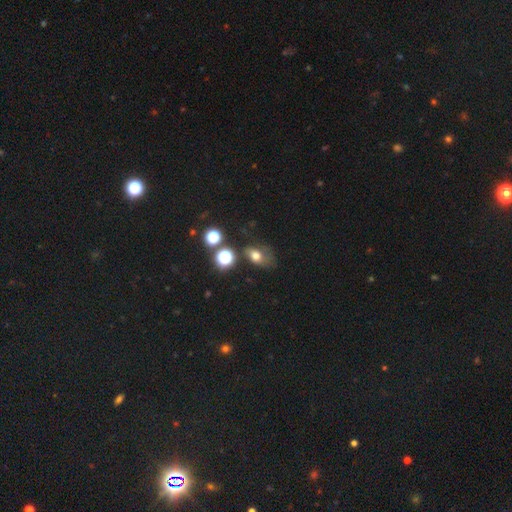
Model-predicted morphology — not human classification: smooth-or-featured: smooth: 65% | star or artifact: 18% | featured or disk: 17%
  how-rounded: in between: 73% | round: 25% | cigar-shaped: 2%
  merging: none: 42% | minor disturbance: 28% | major disturbance: 21% | merger: 8%